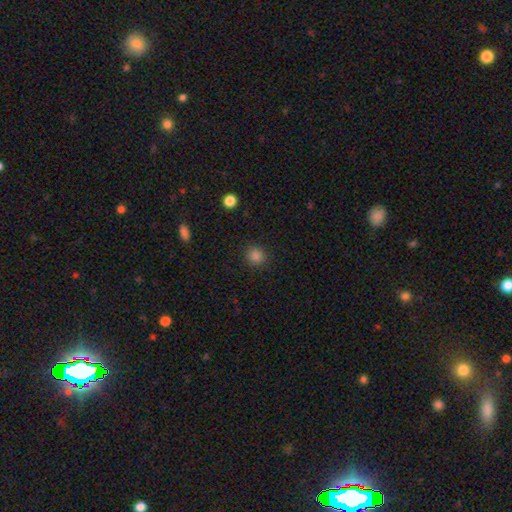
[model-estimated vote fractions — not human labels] A smooth galaxy with no disk features (84%) that is round (89%). Merging: none (90%).